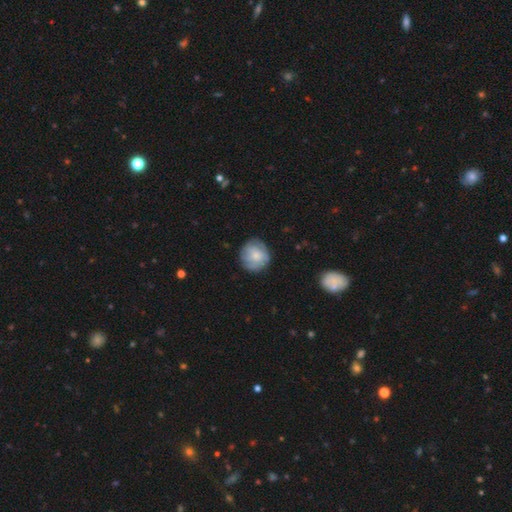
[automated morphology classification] Q: Smooth or featured?
A: smooth (64%); runner-up: featured or disk (30%)
Q: How rounded?
A: round (91%); runner-up: in between (8%)
Q: Merging?
A: none (78%); runner-up: minor disturbance (16%)